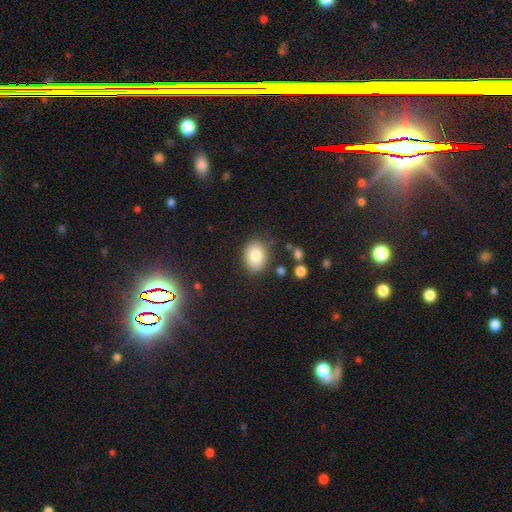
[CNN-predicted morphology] Smooth or featured? Predicted: smooth (p=0.84). How rounded? Predicted: in between (p=0.58). Merging? Predicted: none (p=0.81).